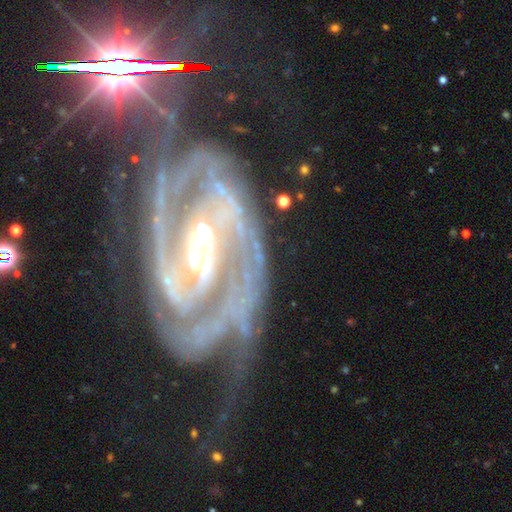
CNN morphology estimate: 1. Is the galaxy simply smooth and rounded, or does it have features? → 90% featured or disk, 5% star or artifact, 4% smooth.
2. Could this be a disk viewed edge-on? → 96% no, 4% yes.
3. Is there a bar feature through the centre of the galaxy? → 46% strong, 34% weak, 20% no.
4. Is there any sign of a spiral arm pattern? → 96% yes, 4% no.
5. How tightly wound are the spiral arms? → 46% tight, 41% medium, 13% loose.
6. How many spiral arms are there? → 55% 2, 13% 3, 11% can't tell, 7% 4, 6% more than 4, 6% 1.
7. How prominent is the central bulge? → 53% moderate, 35% small, 7% large, 3% none, 2% dominant.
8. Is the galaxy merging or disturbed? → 59% none, 20% minor disturbance, 16% major disturbance, 5% merger.